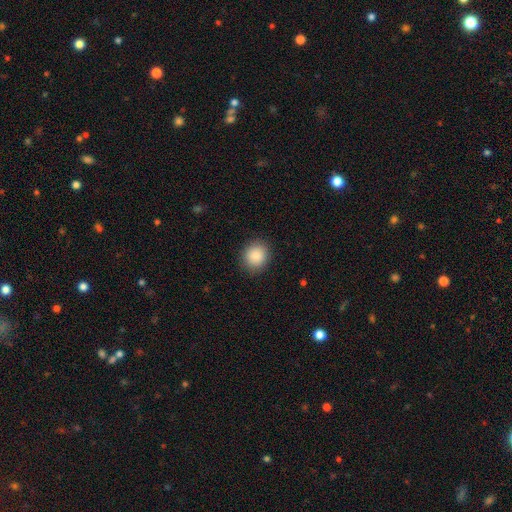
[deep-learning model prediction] smooth 88%, star or artifact 8%, featured or disk 4%. Down the decision tree: how rounded — round (80%); merging — none (89%).